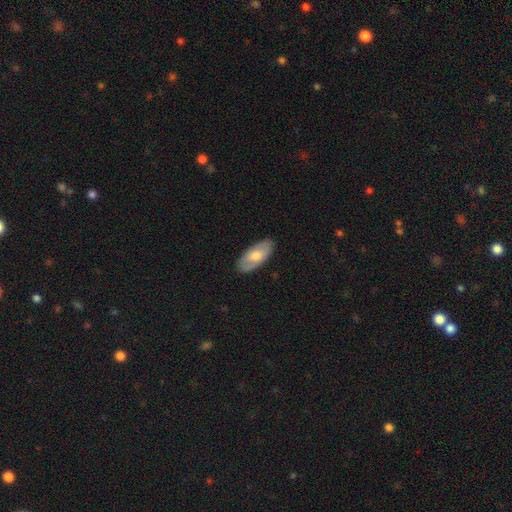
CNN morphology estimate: smooth_or_featured: smooth (p=0.60) [alt: featured or disk p=0.35]
how_rounded: in between (p=0.90) [alt: cigar-shaped p=0.08]
merging: none (p=0.86) [alt: minor disturbance p=0.11]